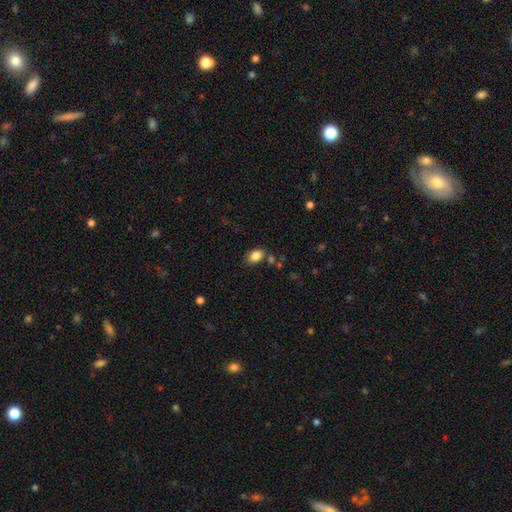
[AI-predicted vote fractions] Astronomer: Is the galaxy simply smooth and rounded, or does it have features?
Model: smooth — 85%.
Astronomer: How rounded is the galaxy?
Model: in between — 79%.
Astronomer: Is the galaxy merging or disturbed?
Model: none — 77%.